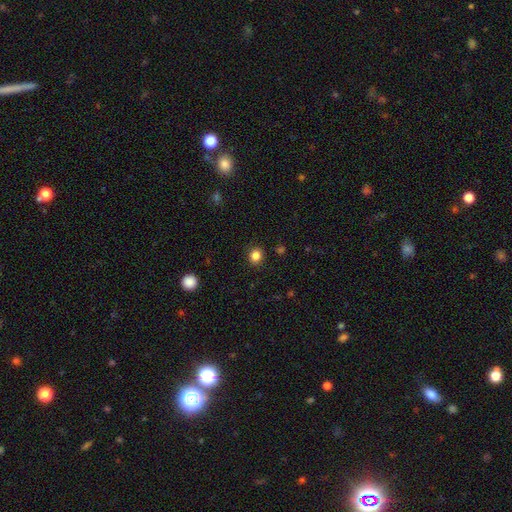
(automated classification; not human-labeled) Morphology: type=smooth (84%); roundness=round (86%); merging=none (90%).